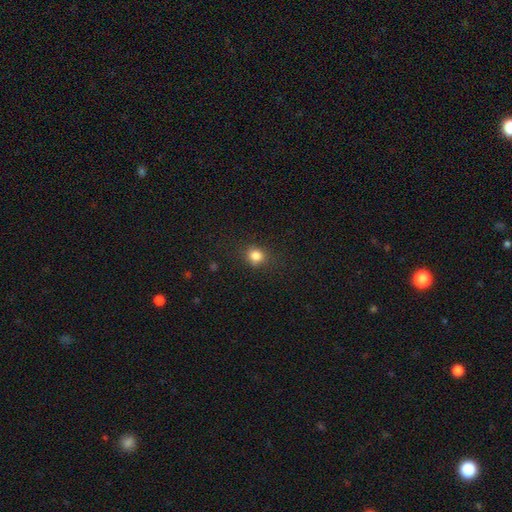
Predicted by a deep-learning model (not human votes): This appears to be a smooth galaxy with no disk features (83%) that is round (79%). Merging: none (84%).